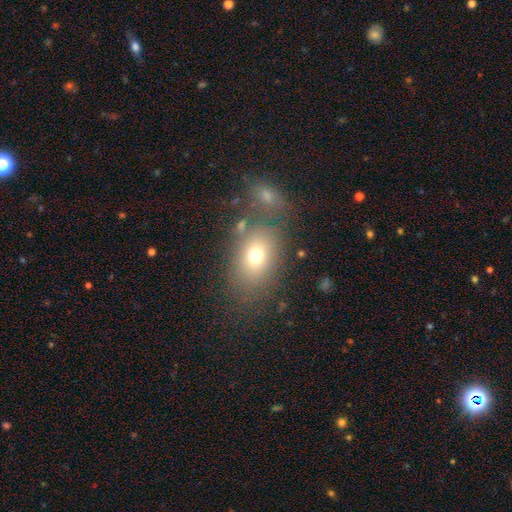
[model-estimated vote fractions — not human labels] Smooth or featured? smooth (71%)
How rounded? in between (69%)
Merging? none (65%)